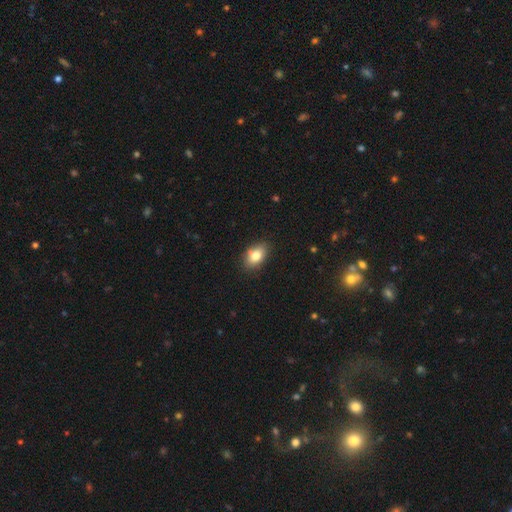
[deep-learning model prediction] The model was most divided on "merging": none: 84%, minor disturbance: 13%, major disturbance: 2%, merger: 1%. More confident: how rounded — in between (86%); smooth or featured — smooth (82%).